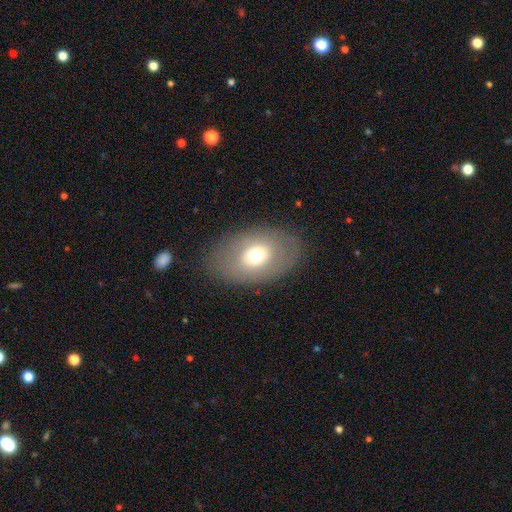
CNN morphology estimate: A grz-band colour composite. It shows a smooth galaxy with no disk features (62%) that is in between round and cigar-shaped (83%). Merging: none (83%).